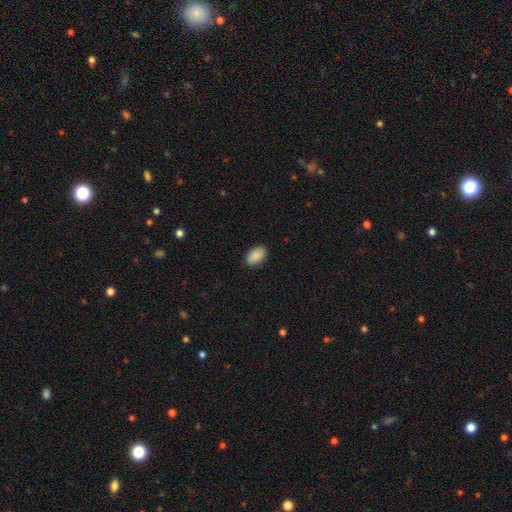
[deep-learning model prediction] This appears to be a smooth galaxy with no disk features (90%) that is in between round and cigar-shaped (91%). Merging: none (88%).